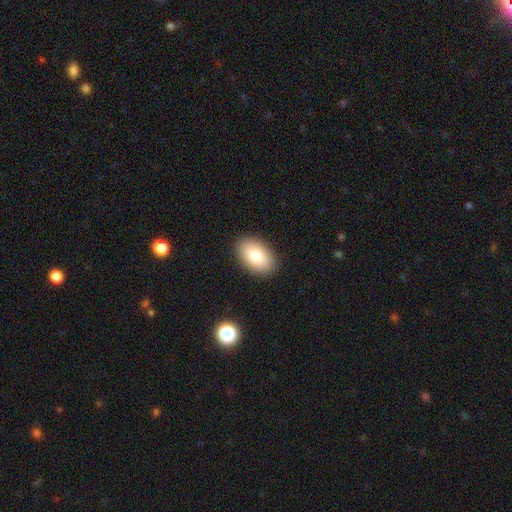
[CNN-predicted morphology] Smooth or featured?
  - smooth: 82% *
  - featured or disk: 11%
  - star or artifact: 7%
How rounded?
  - in between: 93% *
  - round: 6%
  - cigar-shaped: 1%
Merging?
  - none: 89% *
  - minor disturbance: 8%
  - major disturbance: 2%
  - merger: 1%